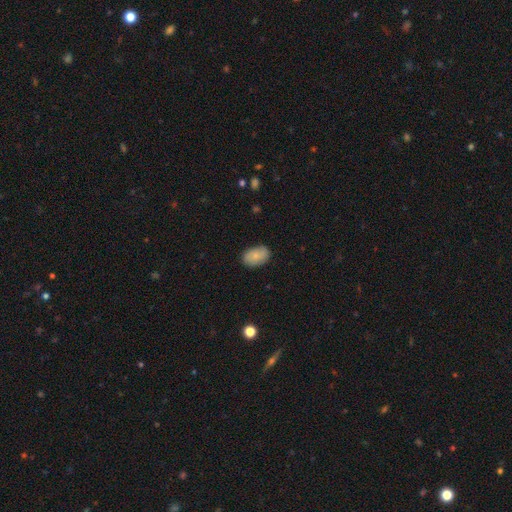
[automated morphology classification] The model was most divided on "smooth or featured": smooth: 74%, featured or disk: 19%, star or artifact: 7%. More confident: how rounded — in between (88%); merging — none (82%).